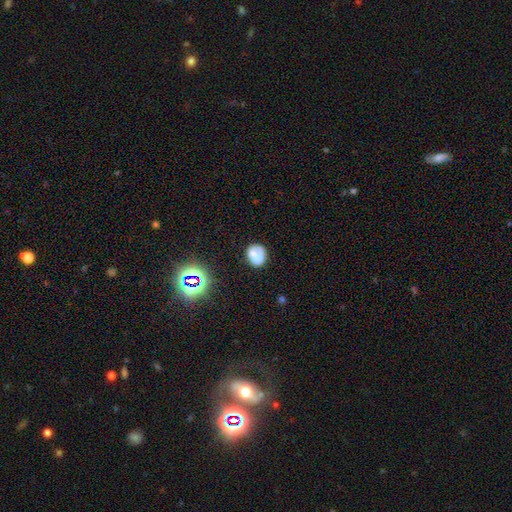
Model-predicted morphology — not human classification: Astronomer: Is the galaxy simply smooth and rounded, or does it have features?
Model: smooth — 56% (runner-up: featured or disk, 32%).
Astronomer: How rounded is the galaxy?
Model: round — 63%.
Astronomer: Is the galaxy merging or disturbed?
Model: none — 49%.